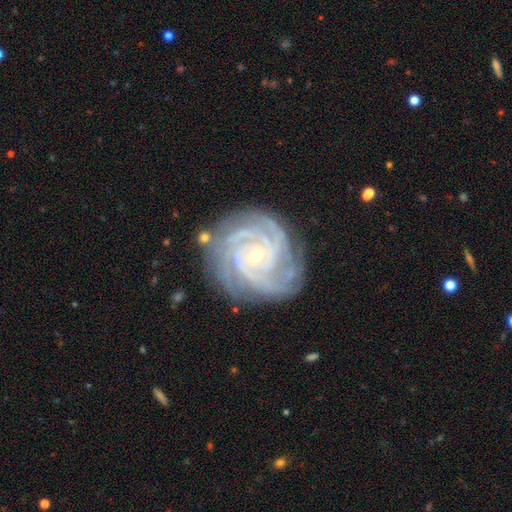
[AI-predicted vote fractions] smooth_or_featured: featured or disk (p=0.92) [alt: star or artifact p=0.05]
disk_edge_on: no (p=0.98) [alt: yes p=0.02]
bar: no (p=0.61) [alt: weak p=0.28]
has_spiral_arms: yes (p=0.99) [alt: no p=0.01]
spiral_winding: tight (p=0.81) [alt: medium p=0.17]
spiral_arm_count: 4 (p=0.32) [alt: 3 p=0.27]
bulge_size: small (p=0.69) [alt: moderate p=0.28]
merging: none (p=0.79) [alt: minor disturbance p=0.15]